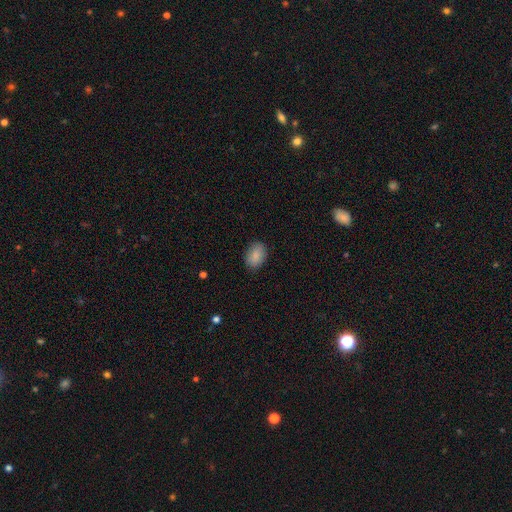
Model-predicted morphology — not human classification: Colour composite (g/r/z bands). It shows a smooth galaxy with no disk features (88%) that is in between round and cigar-shaped (82%). Merging: none (86%).